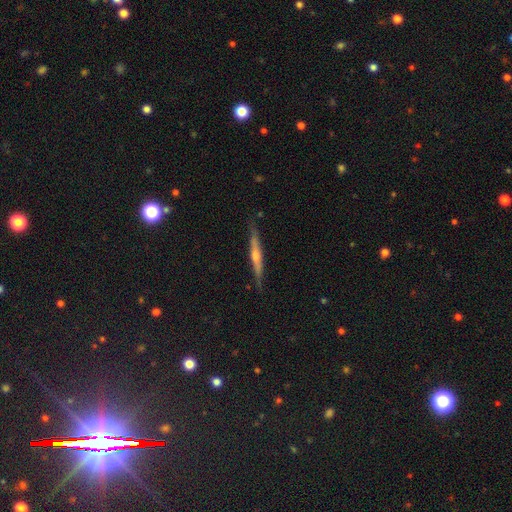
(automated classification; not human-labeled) Q: Smooth or featured?
A: featured or disk (73%); runner-up: smooth (20%)
Q: Edge-on disk?
A: yes (97%); runner-up: no (3%)
Q: Edge-on bulge?
A: rounded (76%); runner-up: none (17%)
Q: Merging?
A: none (88%); runner-up: minor disturbance (10%)